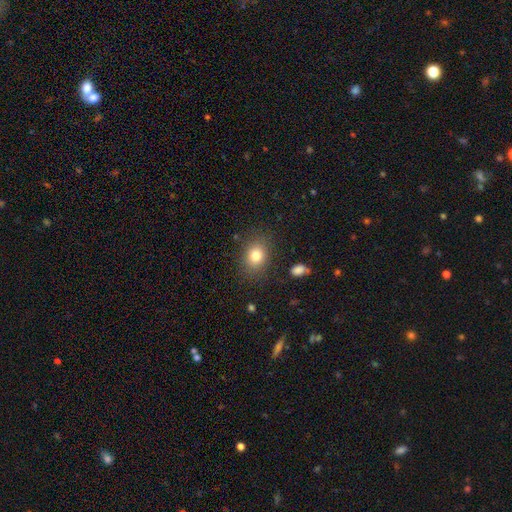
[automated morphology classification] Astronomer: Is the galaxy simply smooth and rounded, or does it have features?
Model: smooth — 80%.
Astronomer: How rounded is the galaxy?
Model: in between — 57% (runner-up: round, 42%).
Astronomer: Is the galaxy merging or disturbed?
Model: none — 83%.